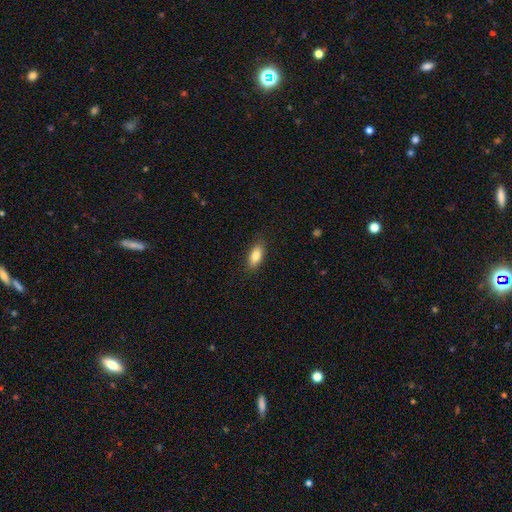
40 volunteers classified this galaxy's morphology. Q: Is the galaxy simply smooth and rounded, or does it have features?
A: smooth — 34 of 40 (85%).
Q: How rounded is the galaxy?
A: in between — 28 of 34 (82%).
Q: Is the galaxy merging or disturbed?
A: none — 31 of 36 (86%).